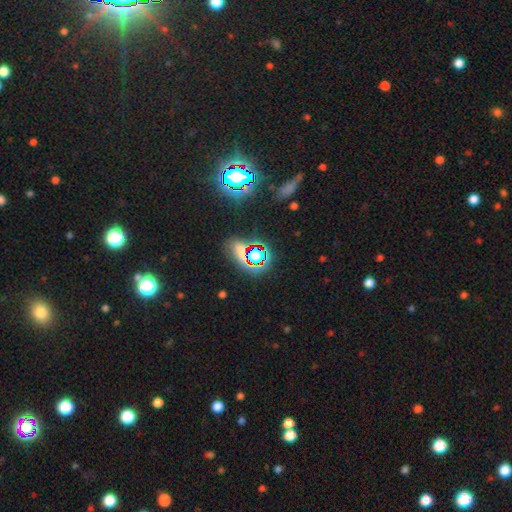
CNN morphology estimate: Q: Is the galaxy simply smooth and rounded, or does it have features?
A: star or artifact — 64%.